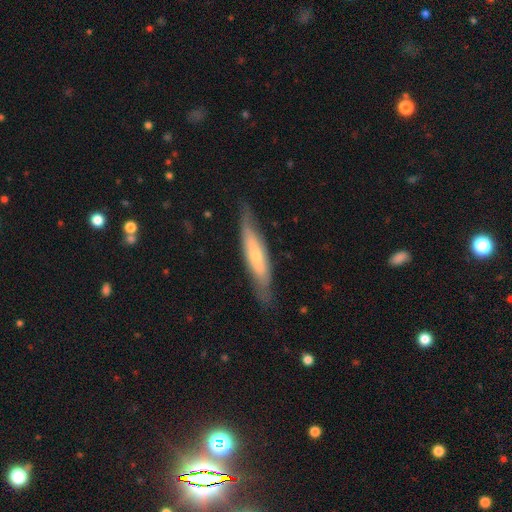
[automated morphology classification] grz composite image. It shows a featured or disk galaxy (51%) viewed edge-on (66%). Merging: none (77%).